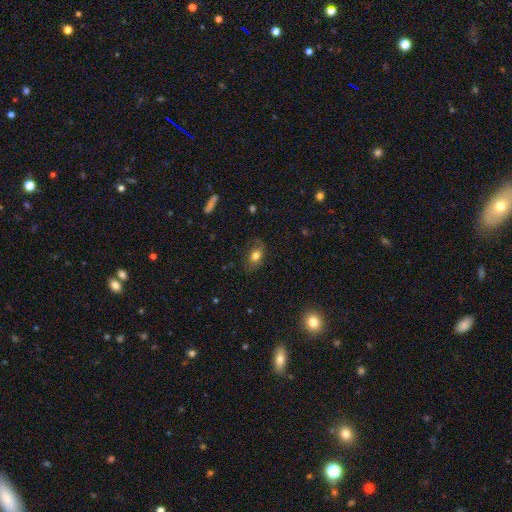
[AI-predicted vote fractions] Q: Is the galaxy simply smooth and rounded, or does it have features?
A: smooth — 70%.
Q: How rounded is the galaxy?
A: in between — 80%.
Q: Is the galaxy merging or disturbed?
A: none — 69%.